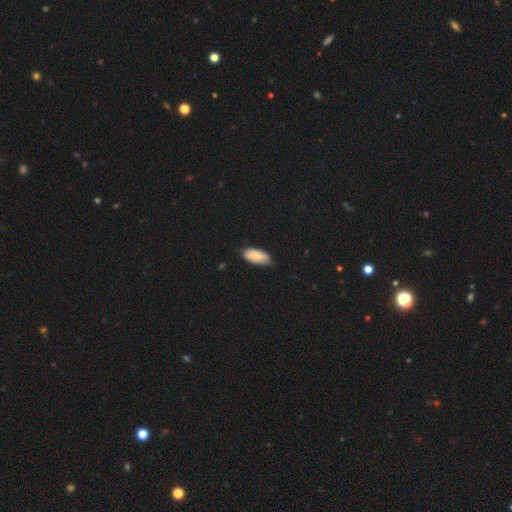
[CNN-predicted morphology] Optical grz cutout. It shows a smooth galaxy with no disk features (82%) that is in between round and cigar-shaped (91%). Merging: none (71%).